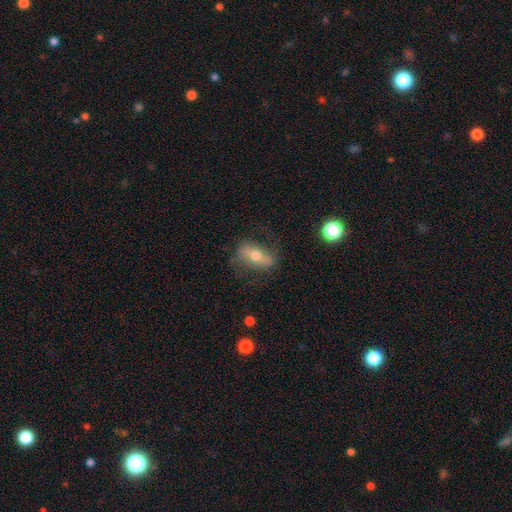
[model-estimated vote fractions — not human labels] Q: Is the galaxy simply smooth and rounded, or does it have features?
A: featured or disk — 57%.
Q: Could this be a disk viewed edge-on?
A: no — 74%.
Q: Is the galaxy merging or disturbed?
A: none — 71%.